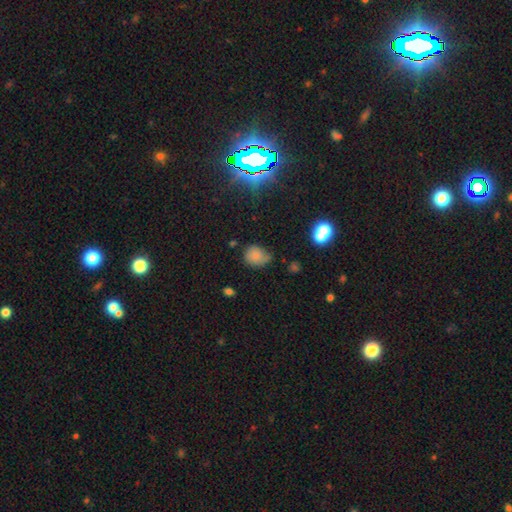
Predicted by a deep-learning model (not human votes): Smooth or featured: smooth — 76% (star or artifact — 14%)
How rounded: round — 53% (in between — 46%)
Merging: none — 49% (minor disturbance — 37%)